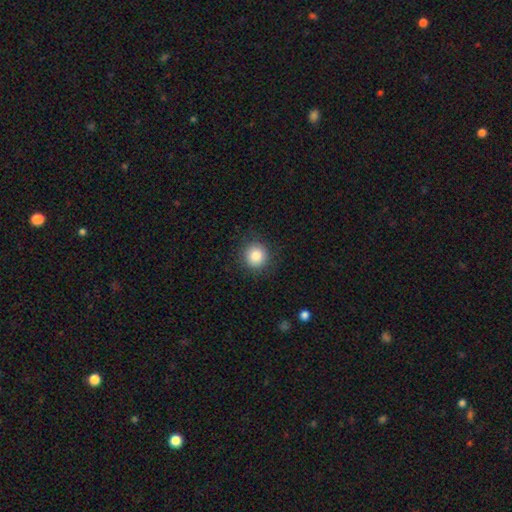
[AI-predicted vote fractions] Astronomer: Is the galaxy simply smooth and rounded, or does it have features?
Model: smooth — 86%.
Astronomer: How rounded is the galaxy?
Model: round — 93%.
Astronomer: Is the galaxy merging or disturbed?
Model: none — 88%.